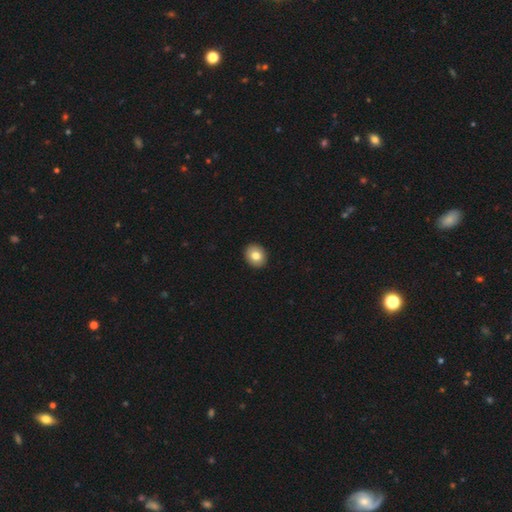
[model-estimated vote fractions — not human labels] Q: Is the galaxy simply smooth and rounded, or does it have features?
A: smooth — 80%.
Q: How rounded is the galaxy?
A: round — 67%.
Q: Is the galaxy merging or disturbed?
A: none — 93%.